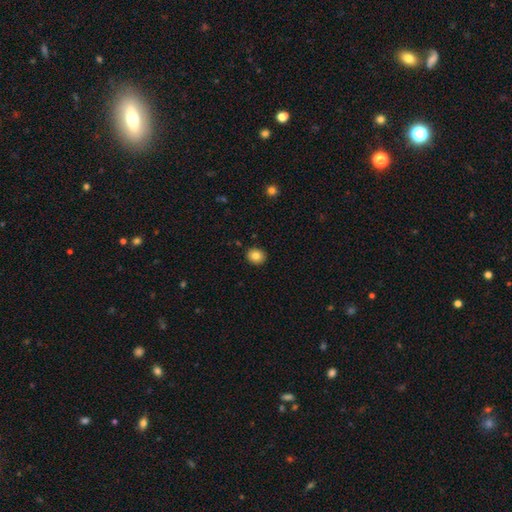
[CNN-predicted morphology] A smooth galaxy with no disk features (83%) that is round (75%).

Vote fractions:
- Smooth or featured? smooth: 83% / star or artifact: 9% / featured or disk: 8%
- How rounded? round: 75% / in between: 24% / cigar-shaped: 1%
- Merging? none: 91% / minor disturbance: 6% / major disturbance: 2% / merger: 1%